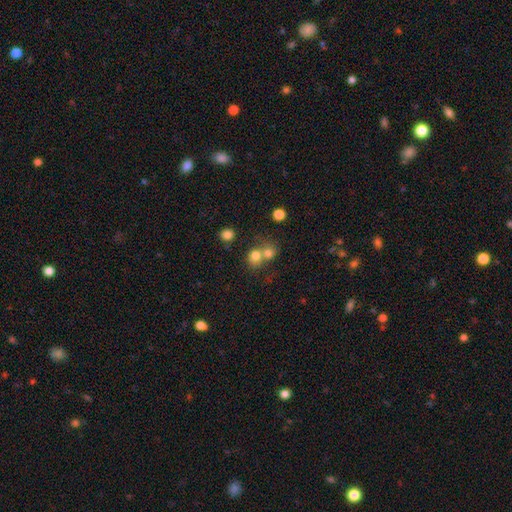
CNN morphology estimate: type=smooth (76%); roundness=round (77%); merging=merger (52%).